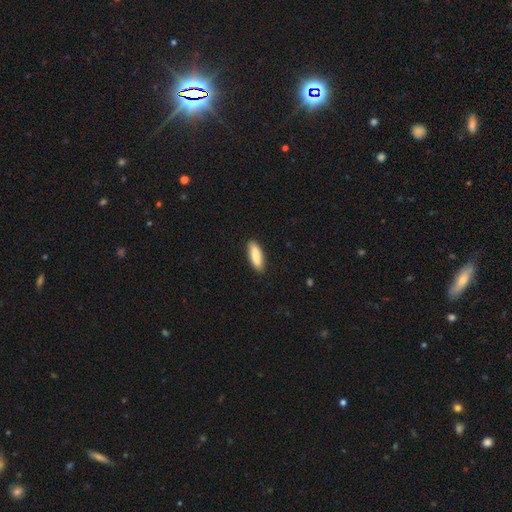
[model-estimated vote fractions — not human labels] This is clearly a smooth galaxy (86%). How rounded: possibly in between (56%). Merging: clearly none (88%).